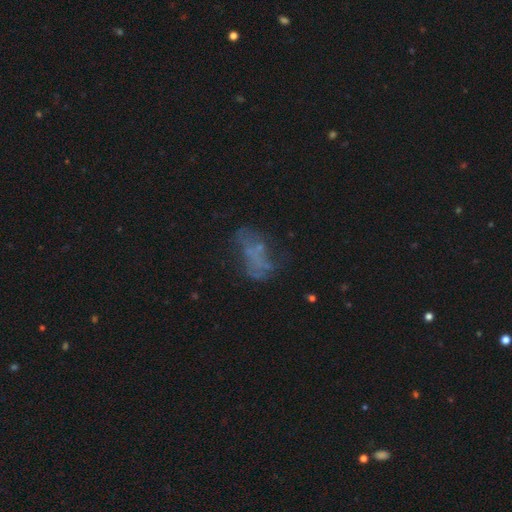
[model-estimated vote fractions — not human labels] A featured or disk galaxy (51%).

Vote fractions:
- Smooth or featured? featured or disk: 51% / smooth: 28% / star or artifact: 21%
- Edge-on disk? no: 96% / yes: 4%
- Merging? none: 43% / major disturbance: 30% / minor disturbance: 20% / merger: 7%